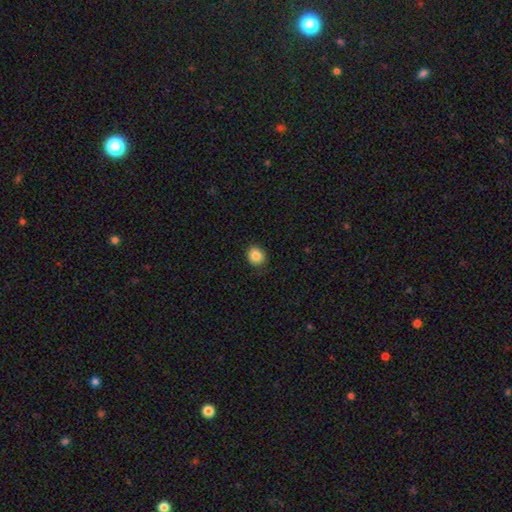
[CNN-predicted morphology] This appears to be a smooth galaxy with no disk features (85%) that is round (81%). Merging: none (88%).